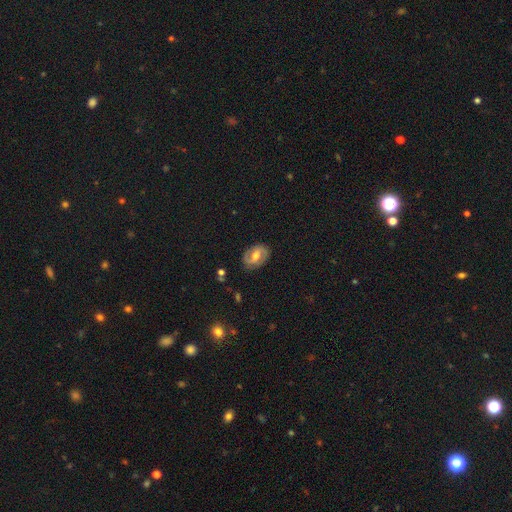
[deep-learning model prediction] Smooth or featured? Predicted: featured or disk (p=0.67). Edge-on disk? Predicted: no (p=0.96). Bar? Predicted: weak (p=0.48). Spiral arms? Predicted: yes (p=0.80). Spiral winding? Predicted: medium (p=0.45). Spiral arm count? Predicted: 2 (p=0.86). Bulge size? Predicted: moderate (p=0.71). Merging? Predicted: none (p=0.82).